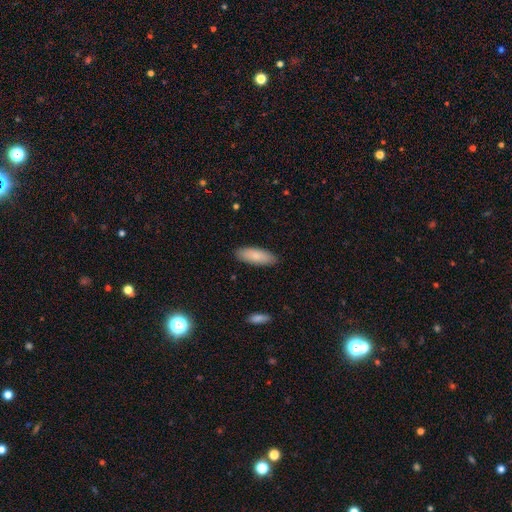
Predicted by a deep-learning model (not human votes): Overall: smooth (82%). How rounded: in between (69%; cigar-shaped 29%). Merging: none (88%).